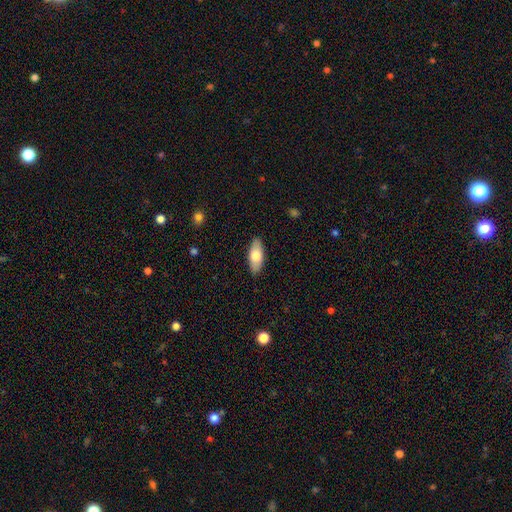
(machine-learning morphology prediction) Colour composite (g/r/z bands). It shows a smooth galaxy with no disk features (72%) that is in between round and cigar-shaped (83%). Merging: none (88%).